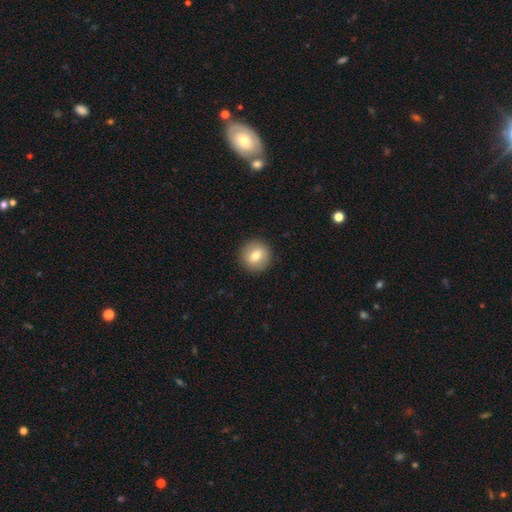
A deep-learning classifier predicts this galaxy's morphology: smooth-or-featured: smooth: 73% | featured or disk: 18% | star or artifact: 9%
  how-rounded: round: 92% | in between: 7% | cigar-shaped: 1%
  merging: none: 91% | minor disturbance: 6% | major disturbance: 2% | merger: 1%